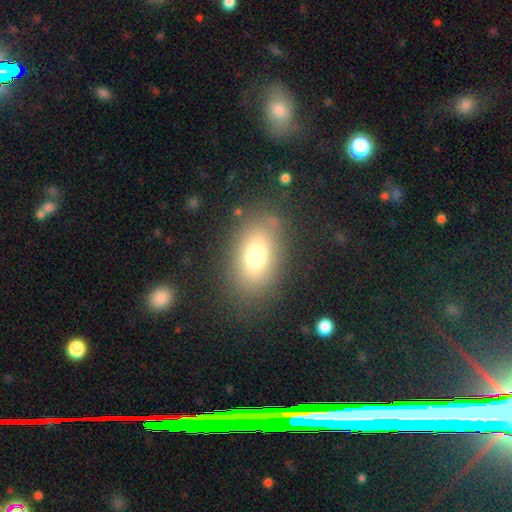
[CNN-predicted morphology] Smooth or featured? Predicted: smooth (p=0.74). How rounded? Predicted: in between (p=0.85). Merging? Predicted: none (p=0.81).